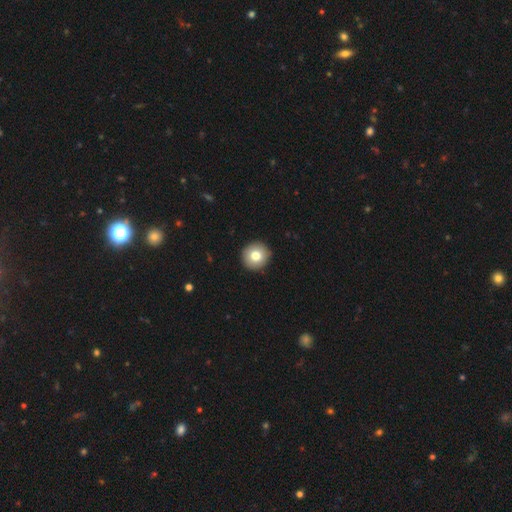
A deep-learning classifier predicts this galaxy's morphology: smooth_or_featured: smooth (p=0.79) [alt: featured or disk p=0.13]
how_rounded: round (p=0.94) [alt: in between p=0.05]
merging: none (p=0.93) [alt: minor disturbance p=0.05]